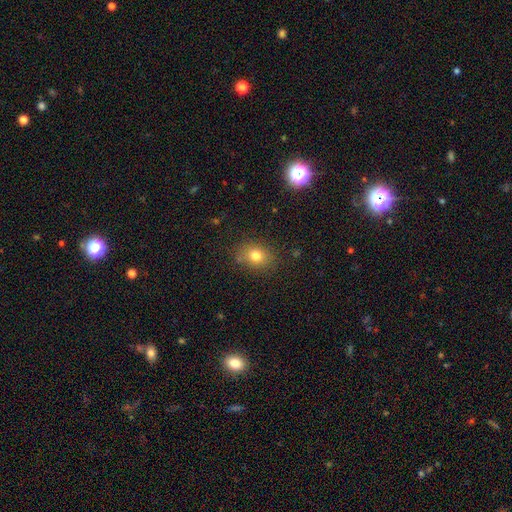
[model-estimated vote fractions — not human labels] A smooth galaxy with no disk features (78%) that is in between round and cigar-shaped (53%). Merging: none (81%).